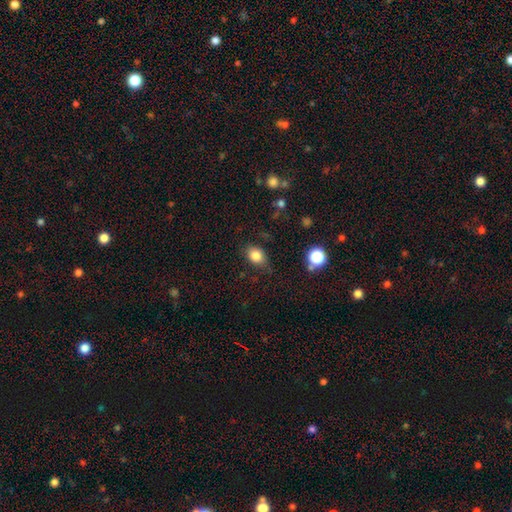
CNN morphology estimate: A smooth galaxy with no disk features (83%) that is in between round and cigar-shaped (67%).

Vote fractions:
- Smooth or featured? smooth: 83% / star or artifact: 10% / featured or disk: 7%
- How rounded? in between: 67% / round: 32% / cigar-shaped: 1%
- Merging? none: 76% / minor disturbance: 18% / major disturbance: 4% / merger: 2%